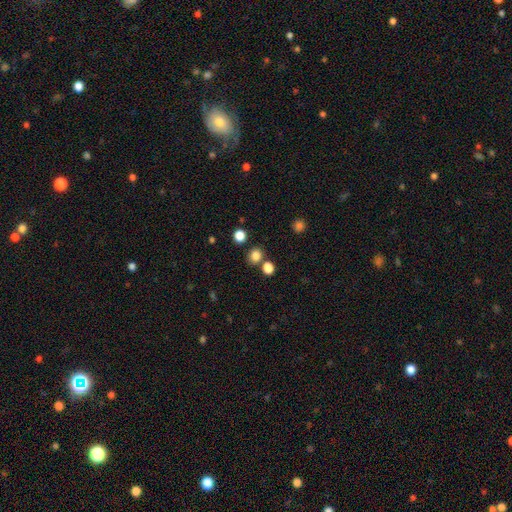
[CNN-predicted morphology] A smooth galaxy with no disk features (81%) that is round (74%). Merging: none (73%).